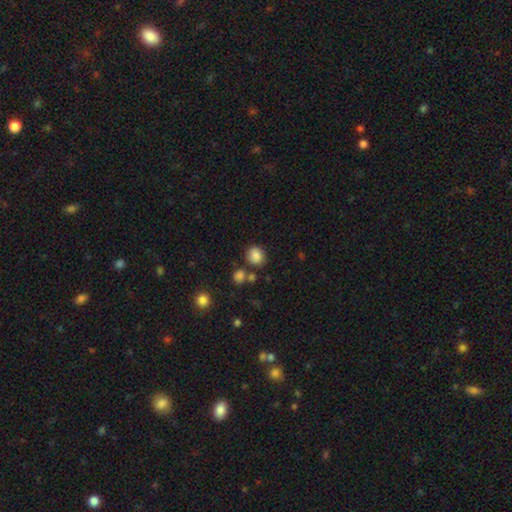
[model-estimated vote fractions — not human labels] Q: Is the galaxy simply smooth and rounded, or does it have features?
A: smooth — 84%.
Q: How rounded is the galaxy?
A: round — 73%.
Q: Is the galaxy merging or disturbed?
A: none — 72%.